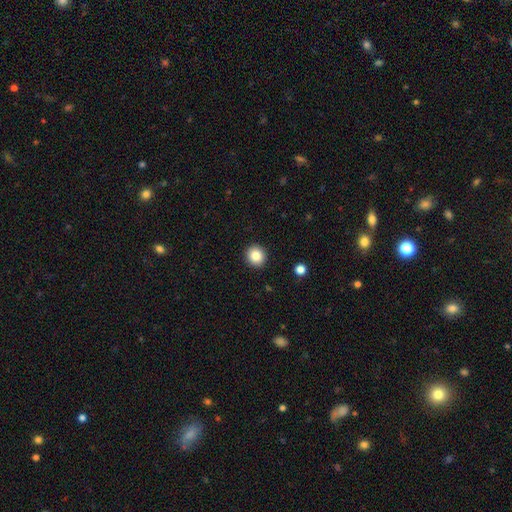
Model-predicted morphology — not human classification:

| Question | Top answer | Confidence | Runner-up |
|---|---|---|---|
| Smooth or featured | smooth | 85% | star or artifact (10%) |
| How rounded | round | 87% | in between (12%) |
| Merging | none | 92% | minor disturbance (5%) |